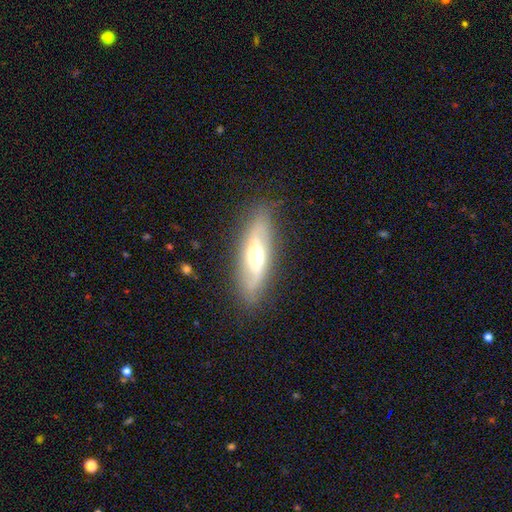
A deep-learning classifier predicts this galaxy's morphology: type=featured or disk (61%); edge-on=no (60%); merging=none (82%).